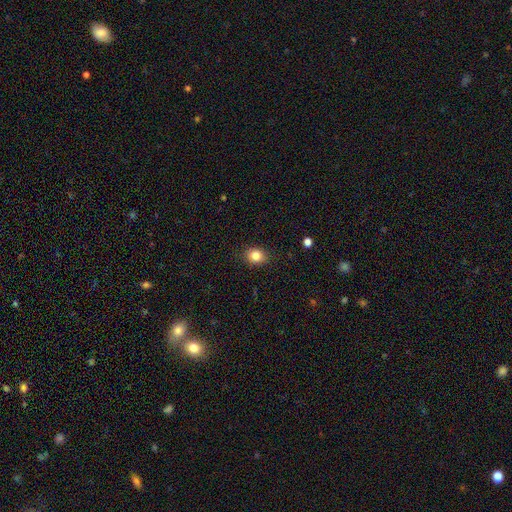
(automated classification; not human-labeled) Smooth or featured?
  - smooth: 83% *
  - star or artifact: 10%
  - featured or disk: 7%
How rounded?
  - in between: 50% *
  - round: 49%
  - cigar-shaped: 1%
Merging?
  - none: 87% *
  - minor disturbance: 10%
  - major disturbance: 2%
  - merger: 1%